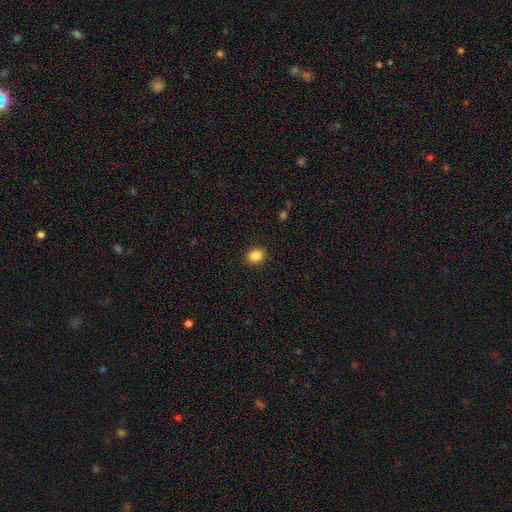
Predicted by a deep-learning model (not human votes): Smooth or featured? smooth (85%)
How rounded? round (56%)
Merging? none (90%)